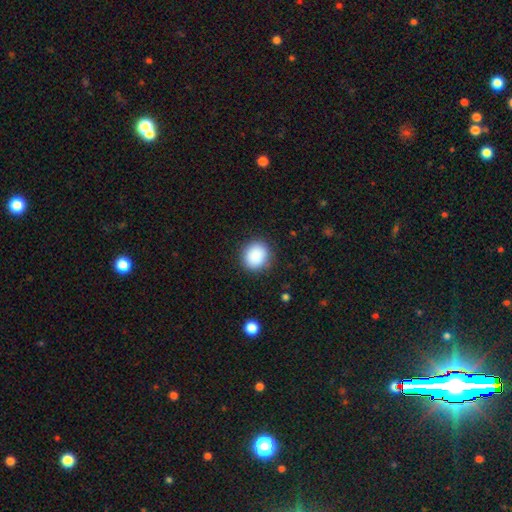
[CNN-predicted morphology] Smooth or featured? smooth (88%)
How rounded? round (80%)
Merging? none (88%)